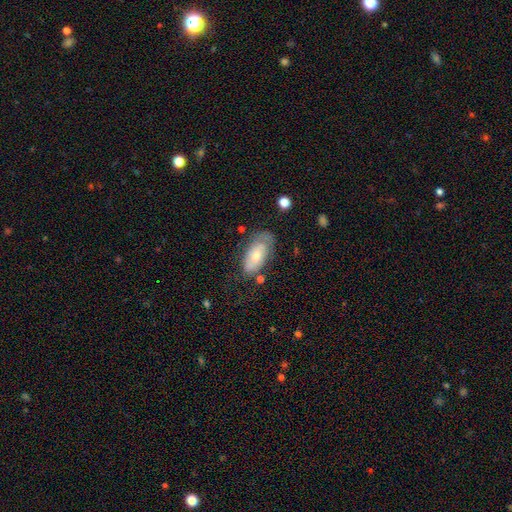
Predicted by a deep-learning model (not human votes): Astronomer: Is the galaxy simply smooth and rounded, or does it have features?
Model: smooth — 53% (runner-up: featured or disk, 41%).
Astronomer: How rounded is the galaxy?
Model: in between — 89%.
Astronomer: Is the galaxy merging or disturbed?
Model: none — 53%.